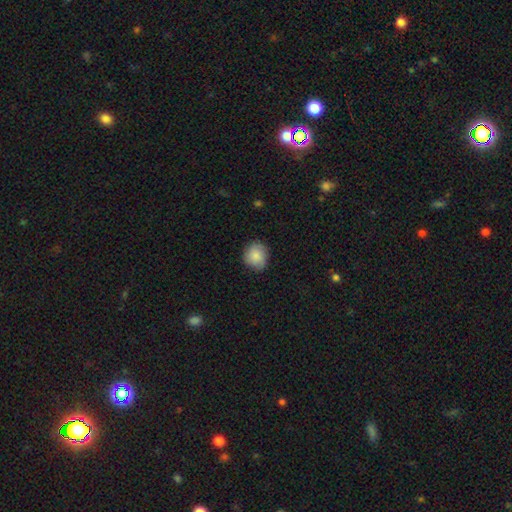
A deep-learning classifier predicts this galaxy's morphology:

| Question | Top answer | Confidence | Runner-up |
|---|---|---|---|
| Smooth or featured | smooth | 82% | featured or disk (11%) |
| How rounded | round | 80% | in between (19%) |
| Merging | none | 77% | minor disturbance (18%) |